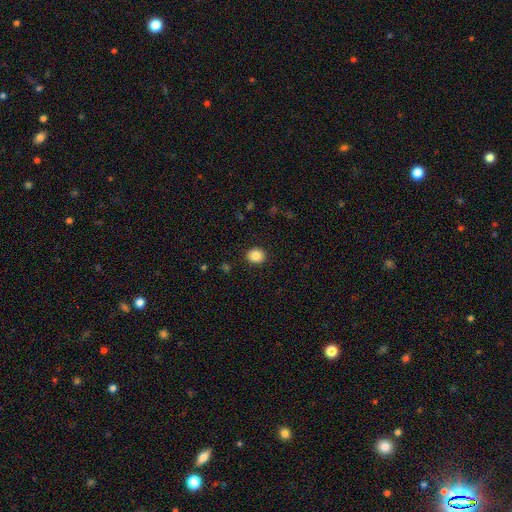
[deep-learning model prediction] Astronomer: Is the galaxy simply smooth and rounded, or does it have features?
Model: smooth — 85%.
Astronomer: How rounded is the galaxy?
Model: round — 73%.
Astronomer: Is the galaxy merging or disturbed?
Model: none — 91%.